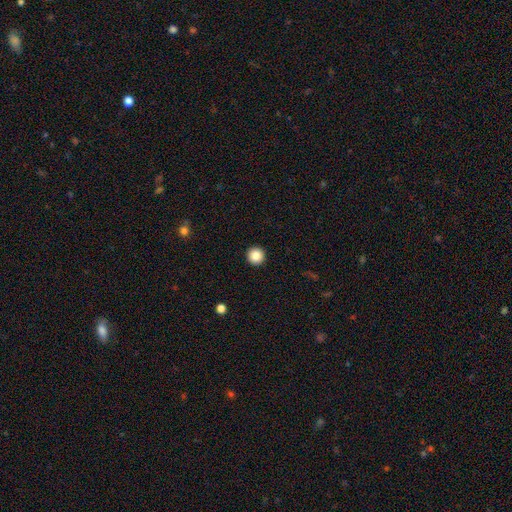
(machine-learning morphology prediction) A smooth galaxy with no disk features (87%) that is round (96%).

Vote fractions:
- Smooth or featured? smooth: 87% / star or artifact: 10% / featured or disk: 4%
- How rounded? round: 96% / in between: 3% / cigar-shaped: 1%
- Merging? none: 94% / minor disturbance: 4% / major disturbance: 1% / merger: 1%